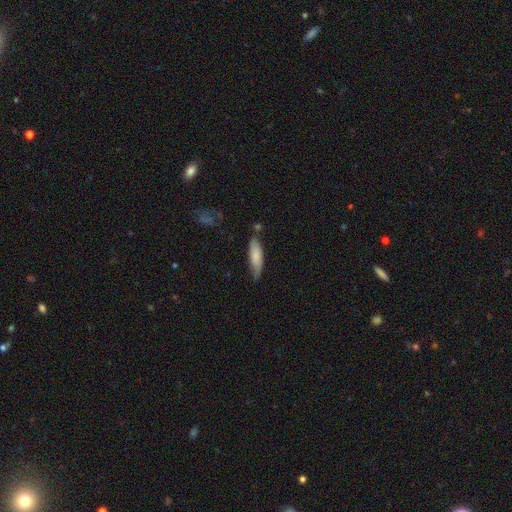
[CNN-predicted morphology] type=smooth (75%); roundness=cigar-shaped (54%); merging=none (62%).